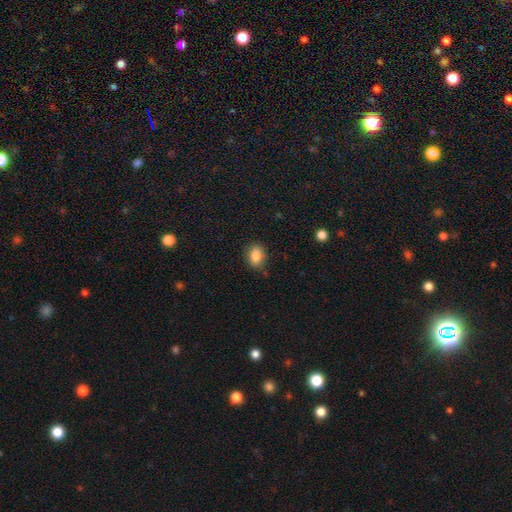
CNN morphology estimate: Q: Smooth or featured?
A: smooth (87%); runner-up: star or artifact (8%)
Q: How rounded?
A: in between (73%); runner-up: round (25%)
Q: Merging?
A: none (80%); runner-up: minor disturbance (14%)